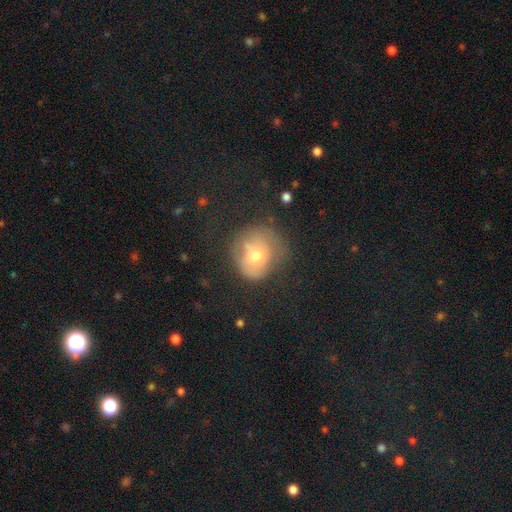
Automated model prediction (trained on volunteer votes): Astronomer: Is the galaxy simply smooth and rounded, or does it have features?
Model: smooth — 55% (runner-up: featured or disk, 33%).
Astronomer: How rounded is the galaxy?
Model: round — 73%.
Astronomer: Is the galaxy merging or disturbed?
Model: none — 49% (runner-up: minor disturbance, 27%).